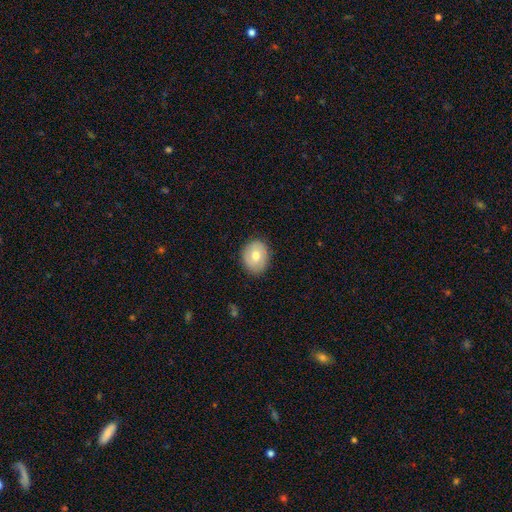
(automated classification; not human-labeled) smooth 69%, featured or disk 23%, star or artifact 8%. Down the decision tree: how rounded — round (54%); merging — none (85%).